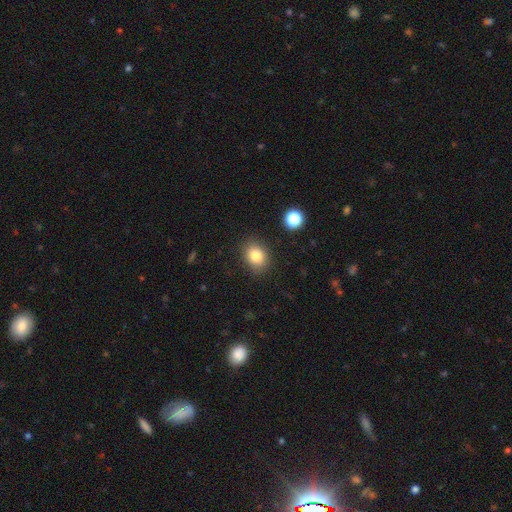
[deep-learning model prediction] This is clearly a smooth galaxy (81%). How rounded: possibly round (51%). Merging: clearly none (86%).